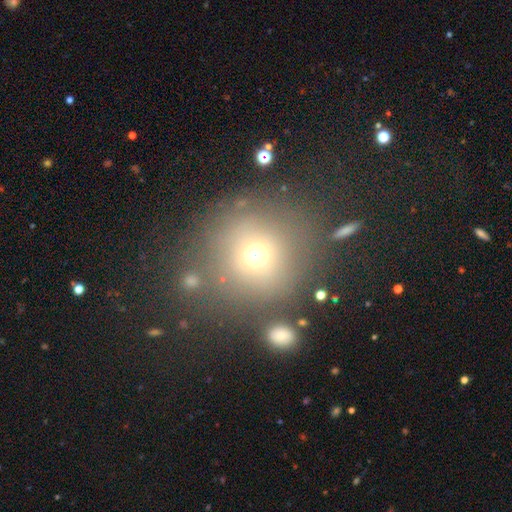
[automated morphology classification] smooth 66%, star or artifact 21%, featured or disk 13%. Down the decision tree: how rounded — round (90%); merging — none (71%).